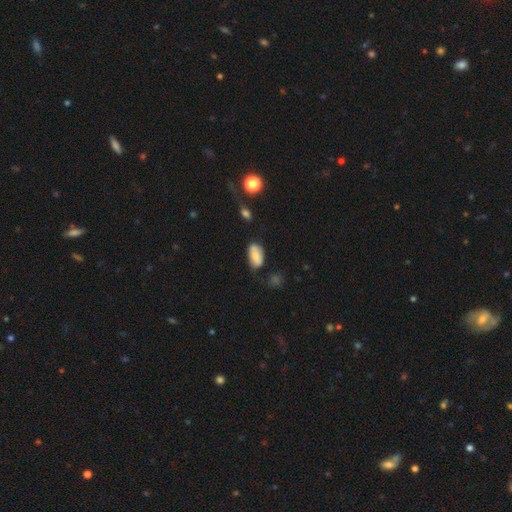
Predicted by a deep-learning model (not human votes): A smooth galaxy with no disk features (77%) that is in between round and cigar-shaped (93%). Merging: none (58%).